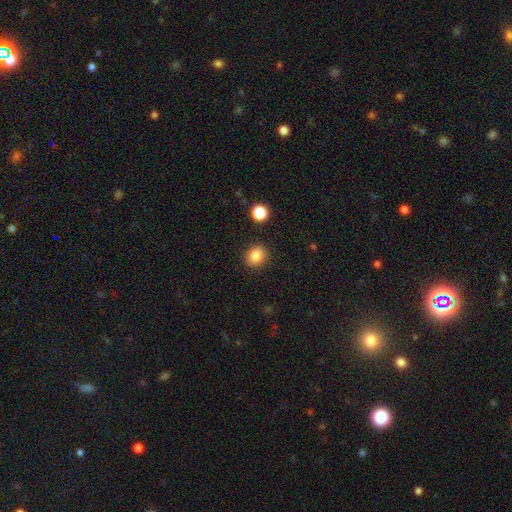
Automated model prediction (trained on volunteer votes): smooth 85%, star or artifact 10%, featured or disk 5%. Down the decision tree: how rounded — round (67%); merging — none (89%).